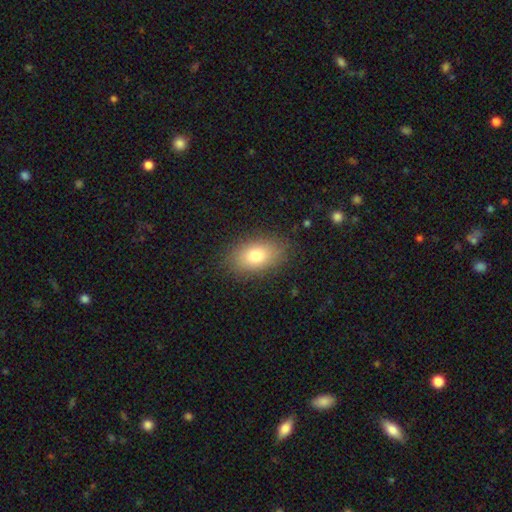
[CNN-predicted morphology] A smooth galaxy with no disk features (77%) that is in between round and cigar-shaped (87%). Merging: none (86%).